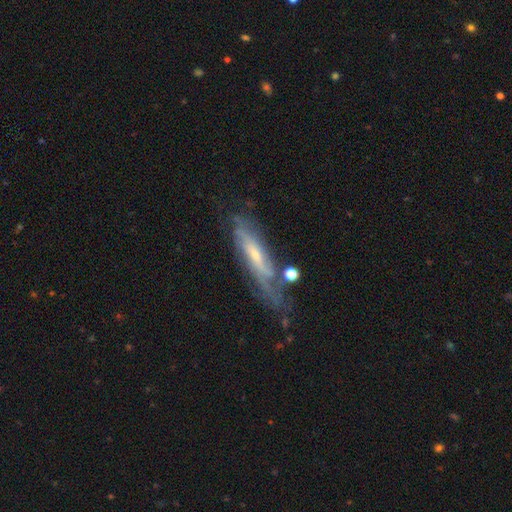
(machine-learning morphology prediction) This appears to be a featured or disk galaxy (72%). Merging: none (54%).